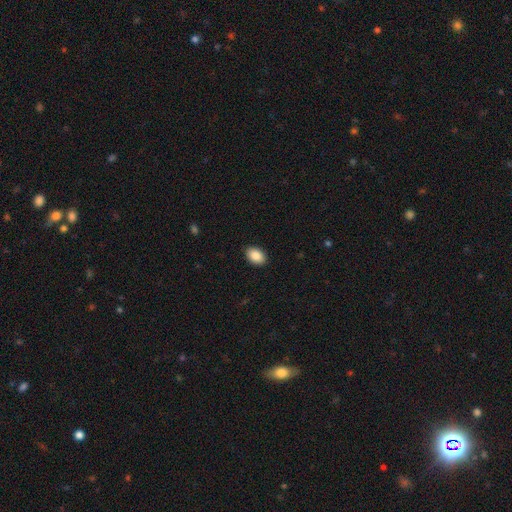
Q: Smooth or featured?
A: smooth (95%); runner-up: star or artifact (5%)
Q: How rounded?
A: in between (86%); runner-up: round (14%)
Q: Merging?
A: none (97%); runner-up: minor disturbance (3%)